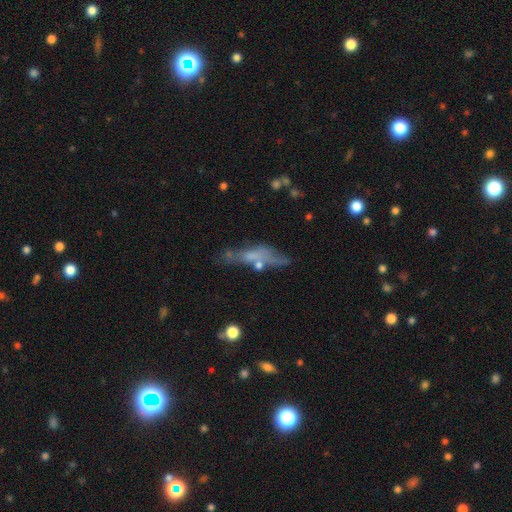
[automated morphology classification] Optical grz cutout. It shows a smooth galaxy with no disk features (45%). Merging: none (50%).